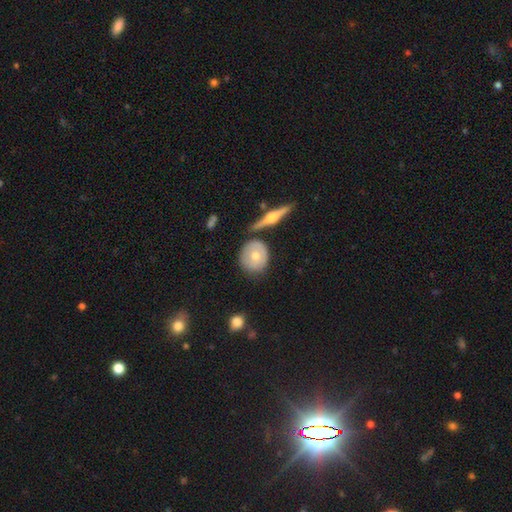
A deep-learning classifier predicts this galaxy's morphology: This appears to be a smooth galaxy with no disk features (55%) that is round (75%). Merging: none (72%).